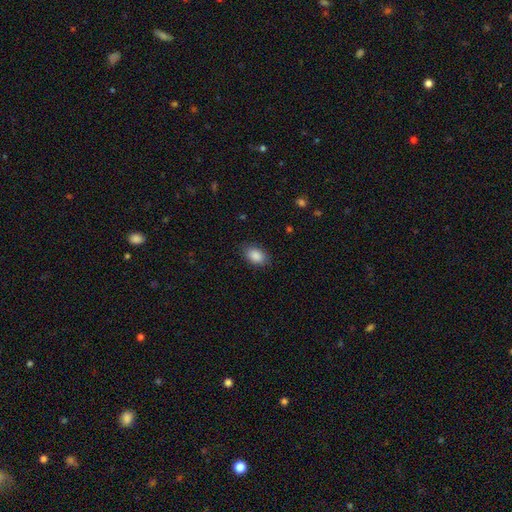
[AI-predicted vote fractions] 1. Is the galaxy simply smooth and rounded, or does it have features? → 88% smooth, 7% star or artifact, 4% featured or disk.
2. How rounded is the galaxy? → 88% in between, 10% round, 1% cigar-shaped.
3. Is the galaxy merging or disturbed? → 84% none, 12% minor disturbance, 3% major disturbance, 1% merger.